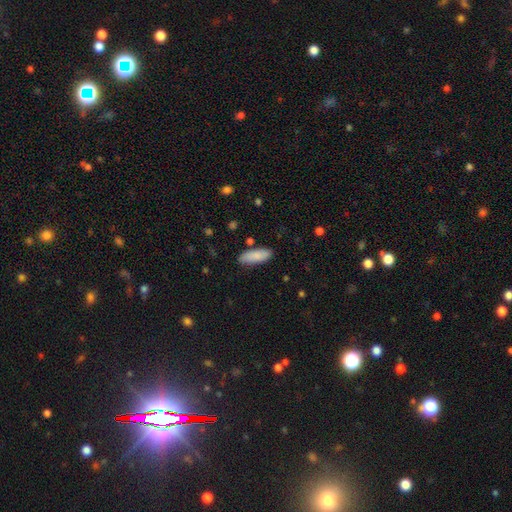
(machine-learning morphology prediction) smooth-or-featured: smooth: 86% | featured or disk: 8% | star or artifact: 6%
  how-rounded: in between: 69% | cigar-shaped: 29% | round: 2%
  merging: none: 84% | minor disturbance: 11% | merger: 2% | major disturbance: 2%